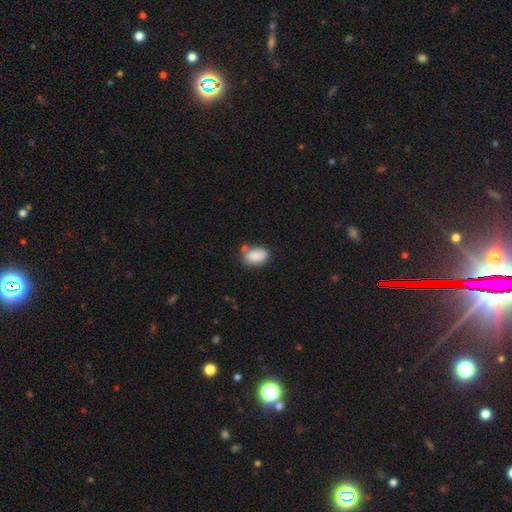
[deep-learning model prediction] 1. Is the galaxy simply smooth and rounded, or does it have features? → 87% smooth, 8% star or artifact, 5% featured or disk.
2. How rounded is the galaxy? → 88% in between, 11% round, 2% cigar-shaped.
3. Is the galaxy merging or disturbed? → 60% none, 21% minor disturbance, 13% merger, 5% major disturbance.